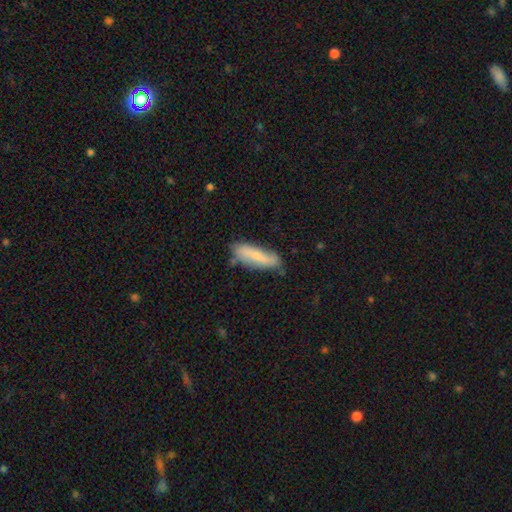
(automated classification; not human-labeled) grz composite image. It shows a smooth galaxy with no disk features (65%) that is cigar-shaped (56%). Merging: none (67%).